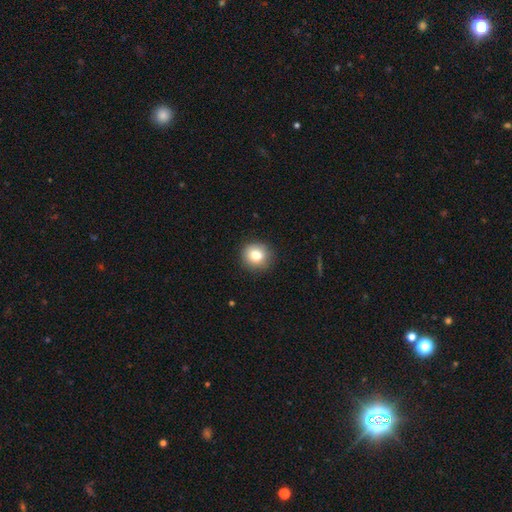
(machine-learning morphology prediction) Smooth or featured? Predicted: smooth (p=0.79). How rounded? Predicted: round (p=0.90). Merging? Predicted: none (p=0.90).